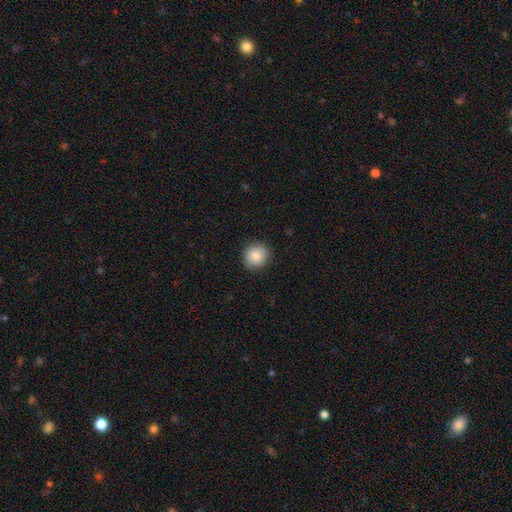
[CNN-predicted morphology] The model was most divided on "smooth or featured": smooth: 84%, star or artifact: 9%, featured or disk: 7%. More confident: how rounded — round (90%); merging — none (89%).